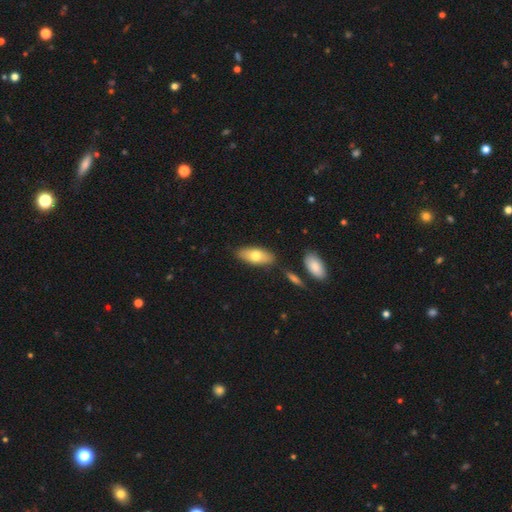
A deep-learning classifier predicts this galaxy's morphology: A smooth galaxy with no disk features (71%) that is in between round and cigar-shaped (81%). Merging: none (80%).